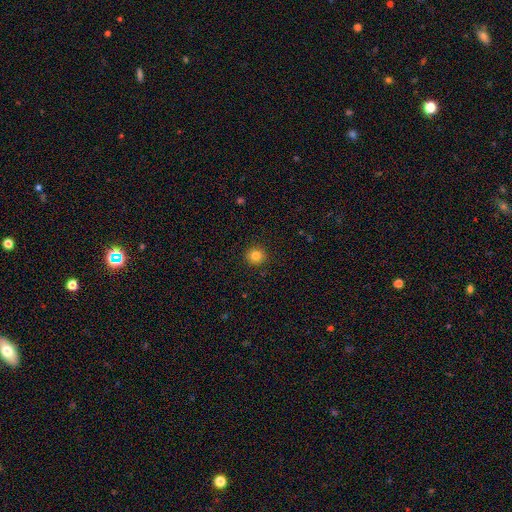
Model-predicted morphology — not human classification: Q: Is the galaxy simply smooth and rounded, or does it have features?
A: smooth — 82%.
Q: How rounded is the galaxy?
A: round — 93%.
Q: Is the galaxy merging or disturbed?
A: none — 92%.